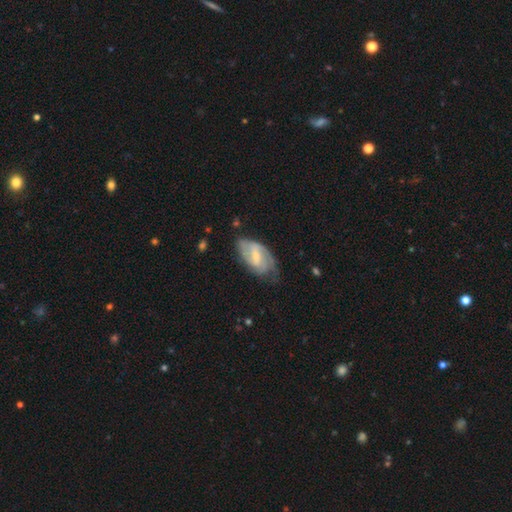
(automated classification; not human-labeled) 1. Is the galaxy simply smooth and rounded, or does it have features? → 73% featured or disk, 21% smooth, 5% star or artifact.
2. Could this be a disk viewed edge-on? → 96% no, 4% yes.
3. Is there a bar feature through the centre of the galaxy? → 55% weak, 26% strong, 19% no.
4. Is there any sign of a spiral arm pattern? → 91% yes, 9% no.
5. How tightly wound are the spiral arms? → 45% medium, 37% tight, 19% loose.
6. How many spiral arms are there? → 60% 2, 20% can't tell, 10% 3, 5% 1, 2% 4, 2% more than 4.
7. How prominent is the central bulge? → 51% small, 41% moderate, 5% none, 2% large, 1% dominant.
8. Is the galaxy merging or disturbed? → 56% none, 30% minor disturbance, 12% major disturbance, 2% merger.